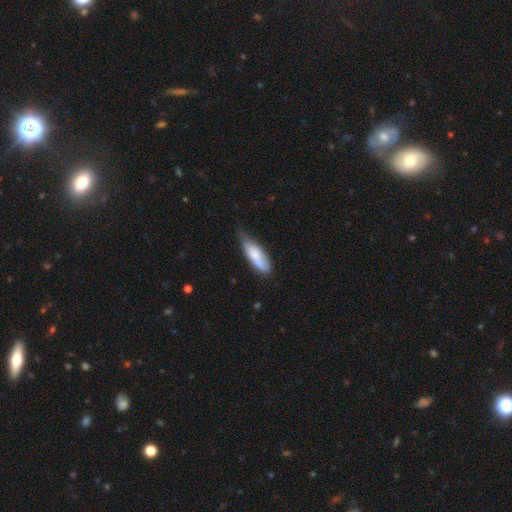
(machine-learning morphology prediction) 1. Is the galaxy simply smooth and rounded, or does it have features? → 73% smooth, 21% featured or disk, 6% star or artifact.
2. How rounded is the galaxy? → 52% in between, 46% cigar-shaped, 2% round.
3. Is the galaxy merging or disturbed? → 46% none, 41% minor disturbance, 10% major disturbance, 3% merger.